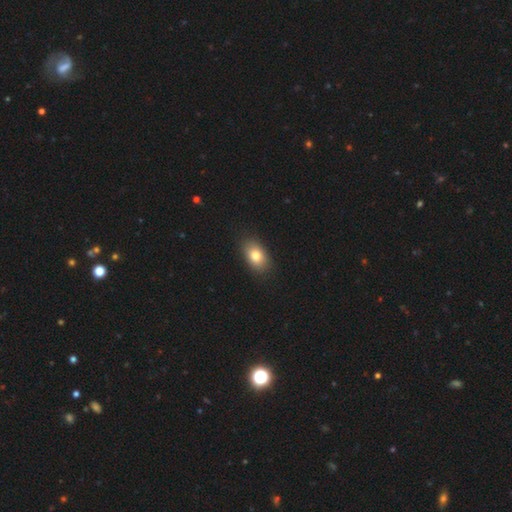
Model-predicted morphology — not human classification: This is likely a smooth galaxy (79%). How rounded: clearly in between (86%). Merging: clearly none (87%).